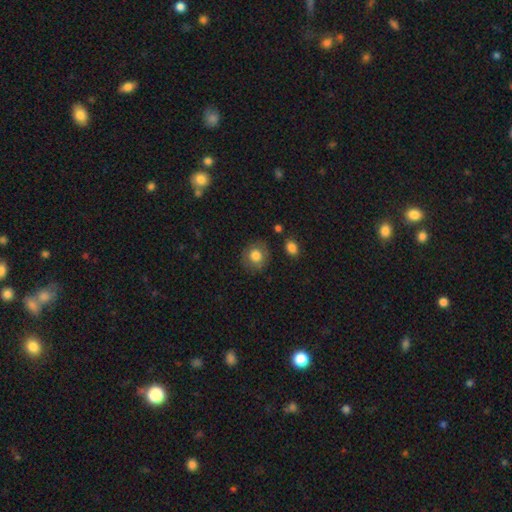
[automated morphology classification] The model was most divided on "smooth or featured": smooth: 78%, featured or disk: 13%, star or artifact: 9%. More confident: how rounded — round (83%); merging — none (81%).